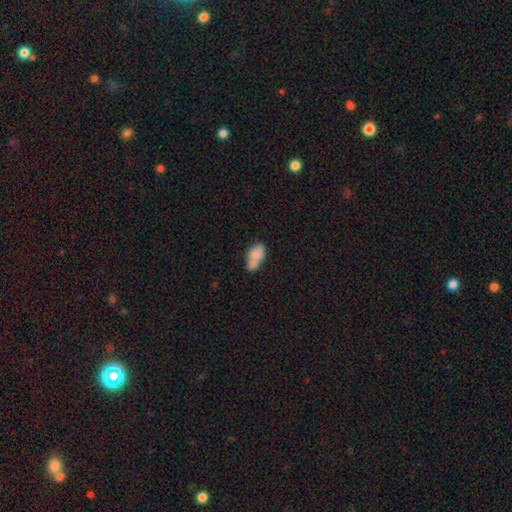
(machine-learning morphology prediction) Smooth or featured?
  - smooth: 73% *
  - featured or disk: 19%
  - star or artifact: 8%
How rounded?
  - in between: 84% *
  - round: 13%
  - cigar-shaped: 3%
Merging?
  - merger: 52% *
  - none: 26%
  - minor disturbance: 15%
  - major disturbance: 6%